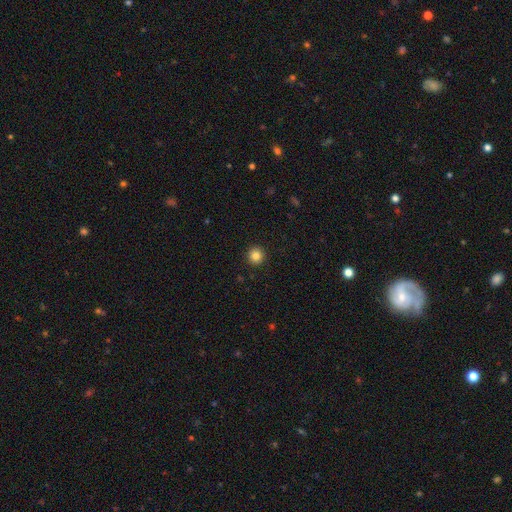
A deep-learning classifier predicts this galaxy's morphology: smooth 84%, star or artifact 11%, featured or disk 5%. Down the decision tree: how rounded — round (95%); merging — none (93%).